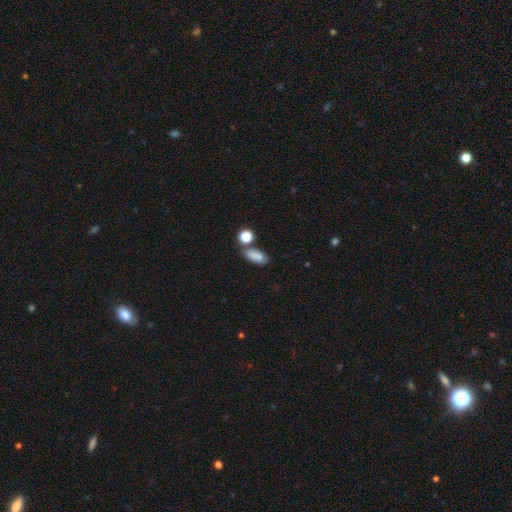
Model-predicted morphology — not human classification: smooth-or-featured: smooth: 78% | star or artifact: 12% | featured or disk: 10%
  how-rounded: in between: 78% | cigar-shaped: 12% | round: 10%
  merging: none: 58% | merger: 18% | minor disturbance: 18% | major disturbance: 6%